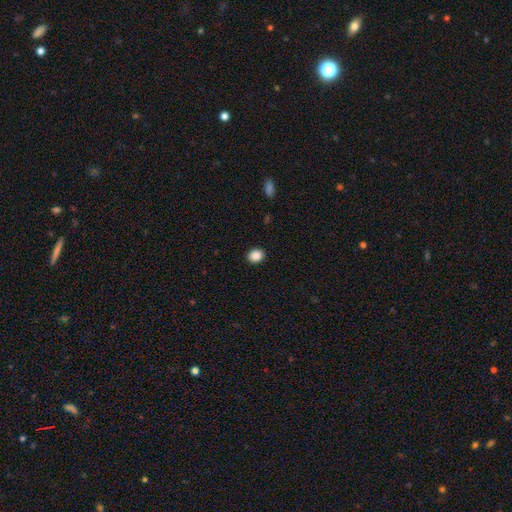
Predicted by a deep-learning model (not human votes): Smooth or featured?
  - smooth: 88% *
  - star or artifact: 9%
  - featured or disk: 3%
How rounded?
  - round: 65% *
  - in between: 34%
  - cigar-shaped: 1%
Merging?
  - none: 91% *
  - minor disturbance: 6%
  - major disturbance: 2%
  - merger: 1%